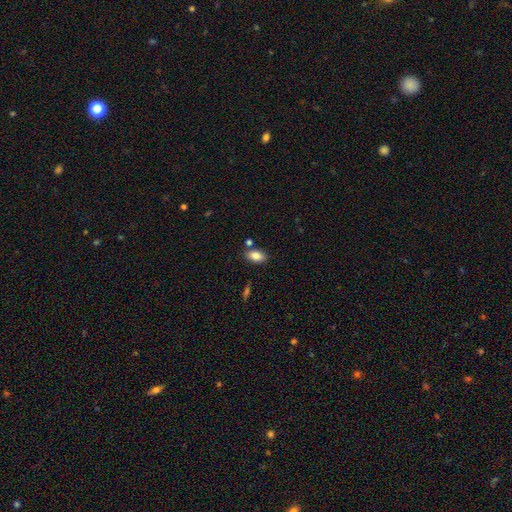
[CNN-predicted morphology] Smooth or featured: smooth — 84% (star or artifact — 8%)
How rounded: in between — 88% (round — 9%)
Merging: none — 79% (minor disturbance — 11%)